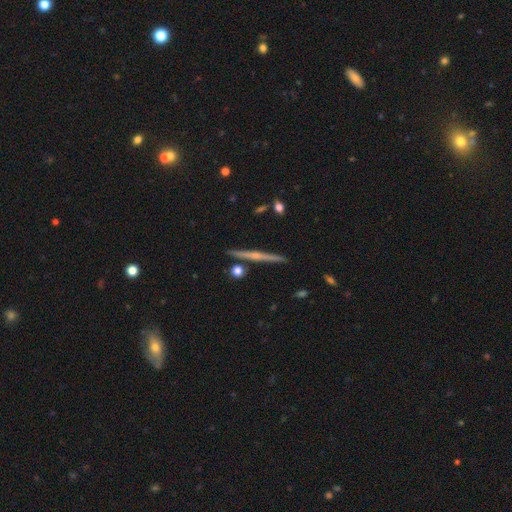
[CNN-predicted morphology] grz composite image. It shows a featured or disk galaxy (74%) viewed edge-on (98%) with a rounded central bulge (73%). Merging: none (91%).